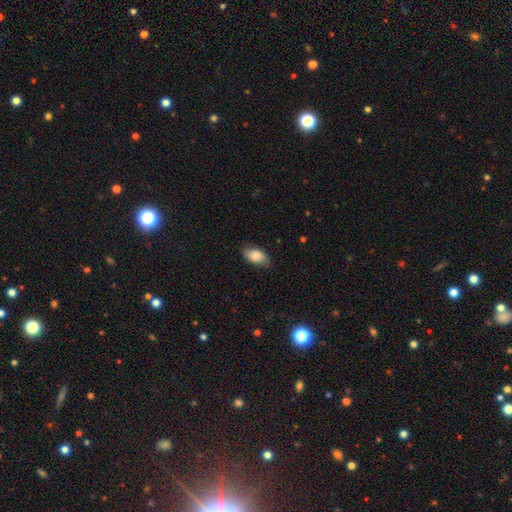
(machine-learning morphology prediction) smooth_or_featured: smooth (p=0.83) [alt: featured or disk p=0.10]
how_rounded: in between (p=0.92) [alt: round p=0.06]
merging: none (p=0.74) [alt: minor disturbance p=0.21]